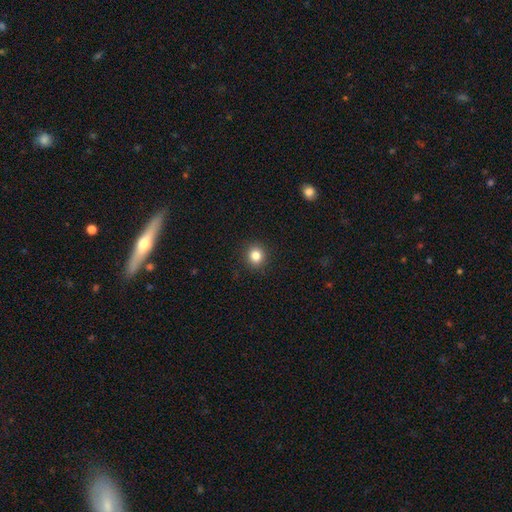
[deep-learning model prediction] Q: Smooth or featured?
A: smooth (84%); runner-up: star or artifact (11%)
Q: How rounded?
A: round (88%); runner-up: in between (11%)
Q: Merging?
A: none (92%); runner-up: minor disturbance (6%)